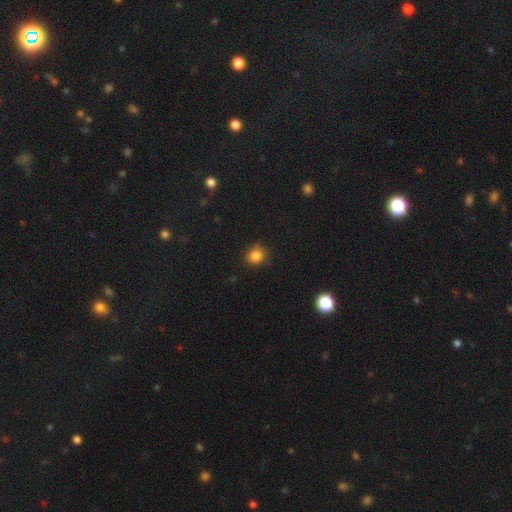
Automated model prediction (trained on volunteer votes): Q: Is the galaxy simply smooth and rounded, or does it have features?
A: smooth — 84%.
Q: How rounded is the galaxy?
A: round — 87%.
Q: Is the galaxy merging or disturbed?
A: none — 81%.